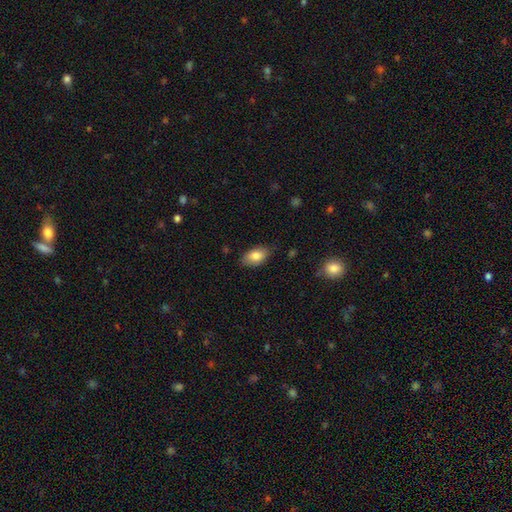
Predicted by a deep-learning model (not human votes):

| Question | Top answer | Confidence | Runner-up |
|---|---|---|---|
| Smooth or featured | smooth | 83% | featured or disk (10%) |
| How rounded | in between | 92% | round (5%) |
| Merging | none | 81% | minor disturbance (15%) |